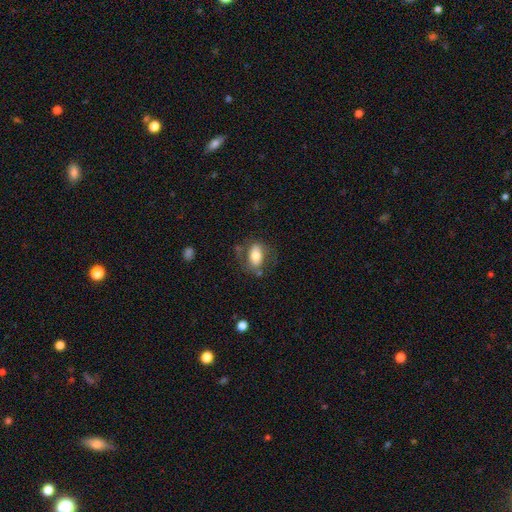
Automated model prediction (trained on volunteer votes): A smooth galaxy with no disk features (68%) that is in between round and cigar-shaped (87%). Merging: none (63%).